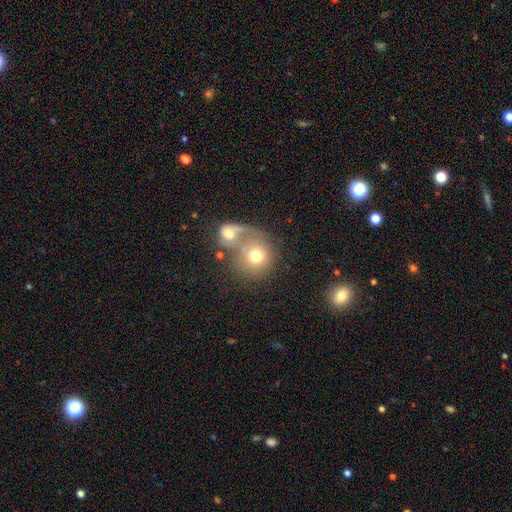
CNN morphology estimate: Q: Smooth or featured?
A: smooth (68%); runner-up: featured or disk (23%)
Q: How rounded?
A: round (83%); runner-up: in between (16%)
Q: Merging?
A: merger (59%); runner-up: none (25%)